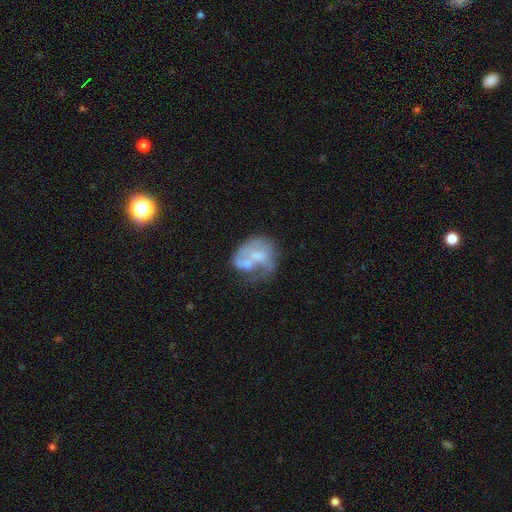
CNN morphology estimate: type=featured or disk (54%); edge-on=no (98%); bar=no (72%); spiral arms=no (67%); bulge=moderate (36%); merging=merger (30%).